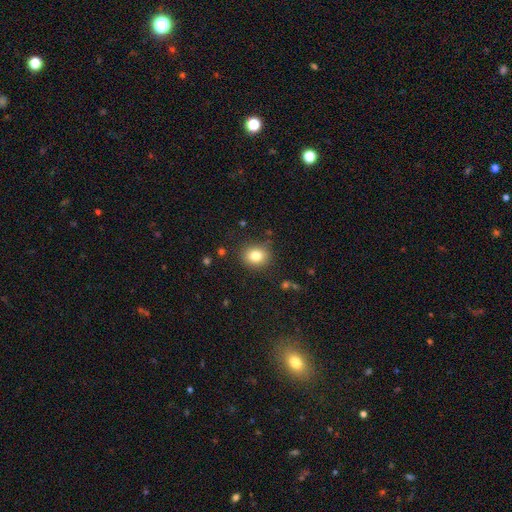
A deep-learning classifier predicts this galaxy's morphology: A smooth galaxy with no disk features (81%) that is round (64%).

Vote fractions:
- Smooth or featured? smooth: 81% / star or artifact: 11% / featured or disk: 8%
- How rounded? round: 64% / in between: 35% / cigar-shaped: 1%
- Merging? none: 85% / minor disturbance: 10% / major disturbance: 3% / merger: 2%